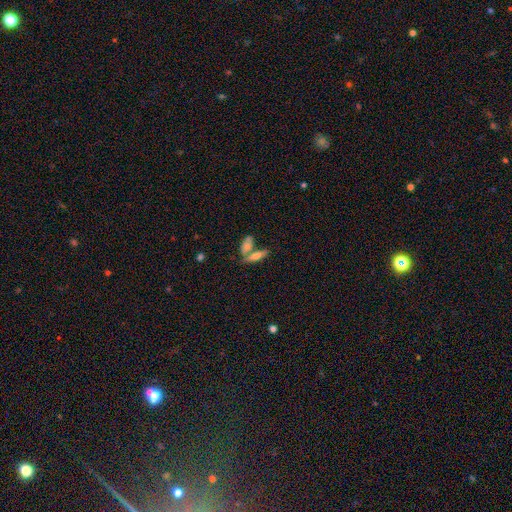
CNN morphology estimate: Smooth or featured?
  - smooth: 59% *
  - featured or disk: 33%
  - star or artifact: 8%
How rounded?
  - cigar-shaped: 52% *
  - in between: 44%
  - round: 4%
Merging?
  - none: 45% *
  - merger: 42%
  - minor disturbance: 9%
  - major disturbance: 4%